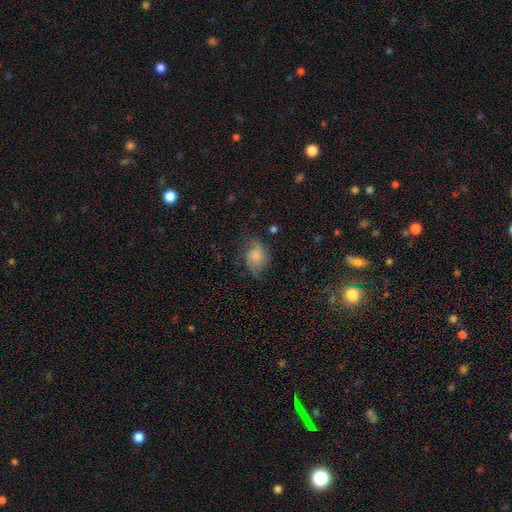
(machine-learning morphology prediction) A smooth galaxy with no disk features (57%) that is in between round and cigar-shaped (64%).

Vote fractions:
- Smooth or featured? smooth: 57% / featured or disk: 33% / star or artifact: 10%
- How rounded? in between: 64% / round: 34% / cigar-shaped: 1%
- Merging? none: 54% / minor disturbance: 28% / major disturbance: 16% / merger: 2%